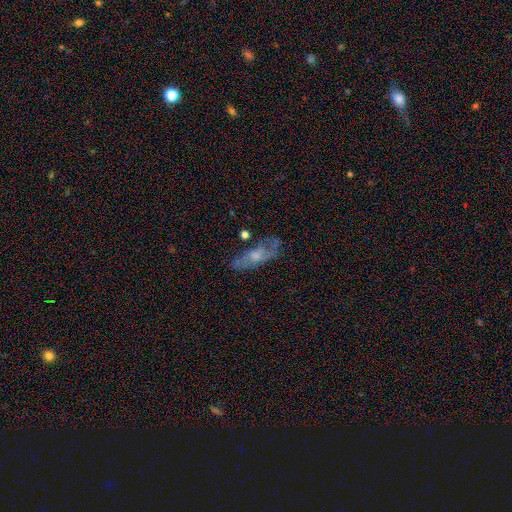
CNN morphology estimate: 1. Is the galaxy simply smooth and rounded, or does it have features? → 50% featured or disk, 43% smooth, 8% star or artifact.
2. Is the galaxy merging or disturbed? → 56% none, 25% minor disturbance, 14% major disturbance, 5% merger.